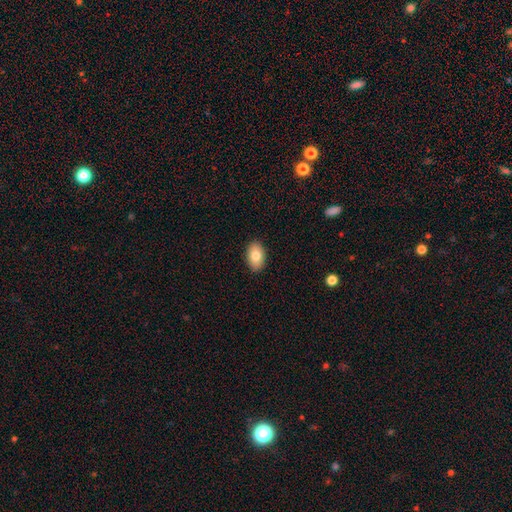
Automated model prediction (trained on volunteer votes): smooth 81%, featured or disk 12%, star or artifact 7%. Down the decision tree: how rounded — in between (90%); merging — none (90%).